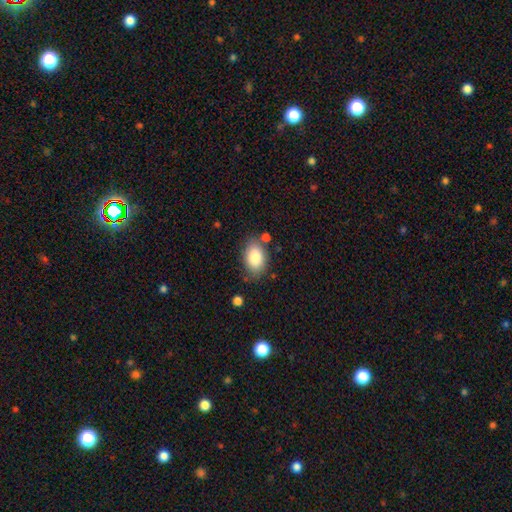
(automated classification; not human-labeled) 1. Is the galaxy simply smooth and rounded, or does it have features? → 86% smooth, 7% featured or disk, 7% star or artifact.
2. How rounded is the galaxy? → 88% in between, 11% round, 1% cigar-shaped.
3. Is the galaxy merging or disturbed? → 75% none, 15% minor disturbance, 6% merger, 4% major disturbance.